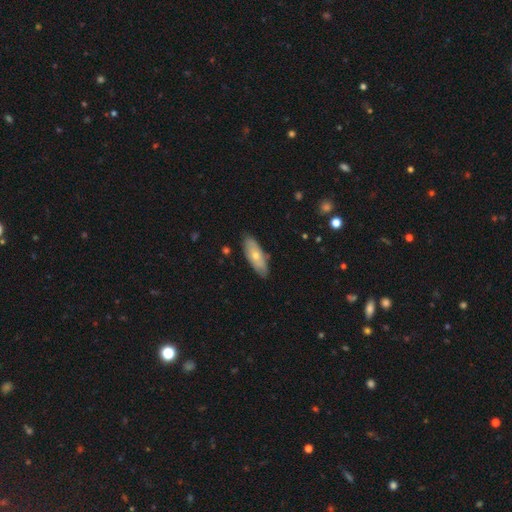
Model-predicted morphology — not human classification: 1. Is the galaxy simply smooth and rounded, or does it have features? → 61% smooth, 33% featured or disk, 6% star or artifact.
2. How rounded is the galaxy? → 73% in between, 25% cigar-shaped, 3% round.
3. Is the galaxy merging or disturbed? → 80% none, 16% minor disturbance, 2% major disturbance, 2% merger.